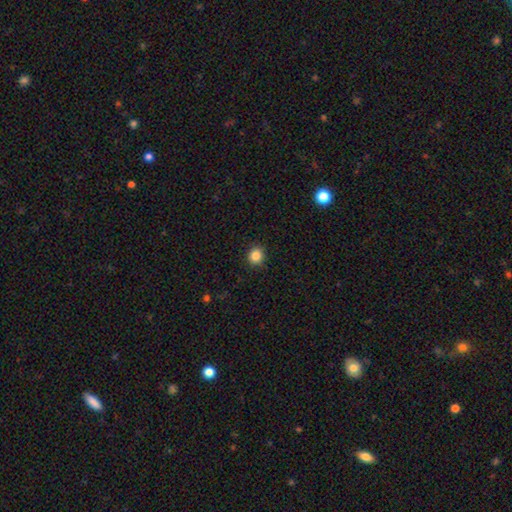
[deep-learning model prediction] The model was most divided on "smooth or featured": smooth: 85%, star or artifact: 11%, featured or disk: 4%. More confident: merging — none (92%); how rounded — round (90%).